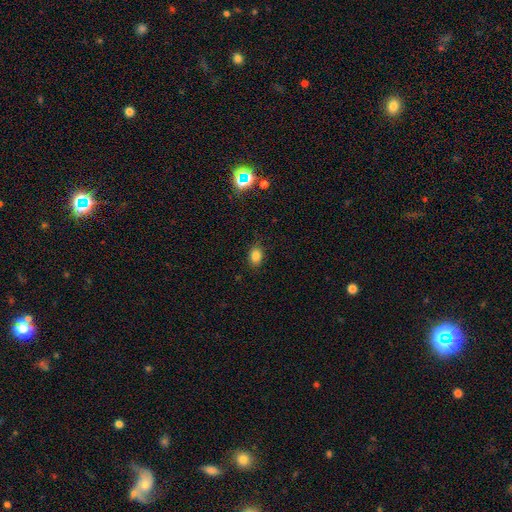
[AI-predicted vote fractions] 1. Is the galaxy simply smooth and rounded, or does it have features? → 81% smooth, 13% star or artifact, 6% featured or disk.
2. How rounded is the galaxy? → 73% in between, 26% round, 1% cigar-shaped.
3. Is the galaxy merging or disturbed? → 83% none, 12% minor disturbance, 3% major disturbance, 1% merger.